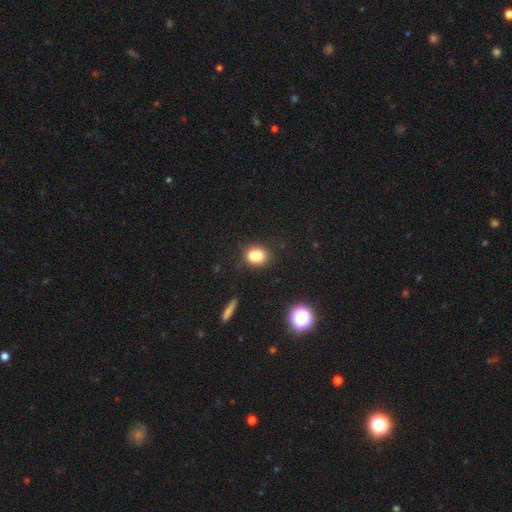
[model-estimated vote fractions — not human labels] A smooth galaxy with no disk features (83%) that is in between round and cigar-shaped (54%).

Vote fractions:
- Smooth or featured? smooth: 83% / star or artifact: 11% / featured or disk: 6%
- How rounded? in between: 54% / round: 44% / cigar-shaped: 2%
- Merging? none: 79% / minor disturbance: 14% / major disturbance: 4% / merger: 2%